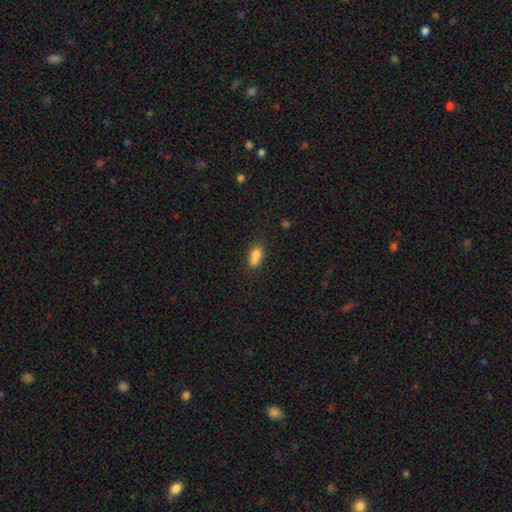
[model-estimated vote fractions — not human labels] The model was most divided on "merging": none: 41%, merger: 35%, minor disturbance: 18%, major disturbance: 6%. More confident: how rounded — in between (78%); smooth or featured — smooth (77%).